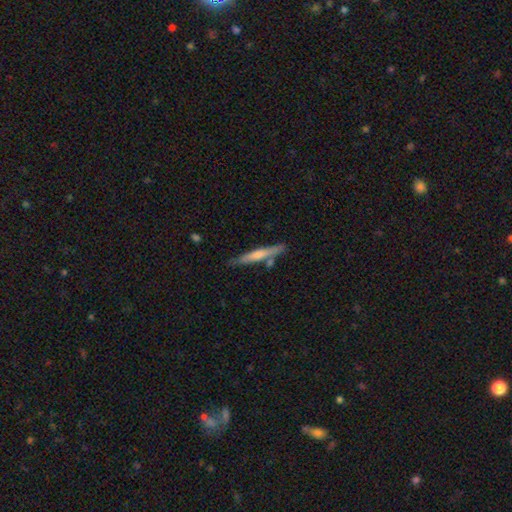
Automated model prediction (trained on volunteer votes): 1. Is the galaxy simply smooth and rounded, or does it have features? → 50% smooth, 45% featured or disk, 6% star or artifact.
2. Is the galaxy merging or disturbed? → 80% none, 12% minor disturbance, 6% merger, 2% major disturbance.